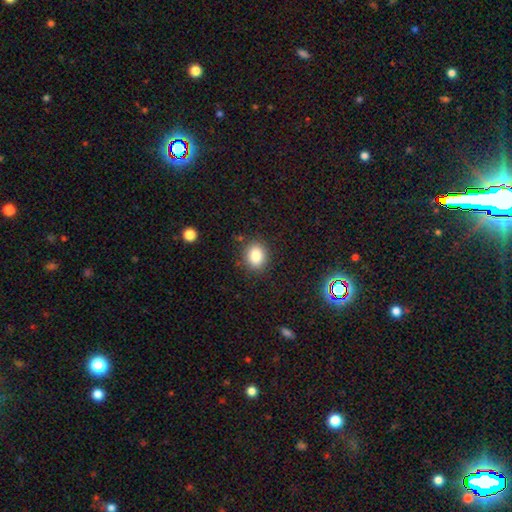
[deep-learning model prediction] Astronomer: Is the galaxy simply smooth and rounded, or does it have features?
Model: smooth — 85%.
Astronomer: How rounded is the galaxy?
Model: round — 52% (runner-up: in between, 47%).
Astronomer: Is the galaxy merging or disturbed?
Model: none — 85%.